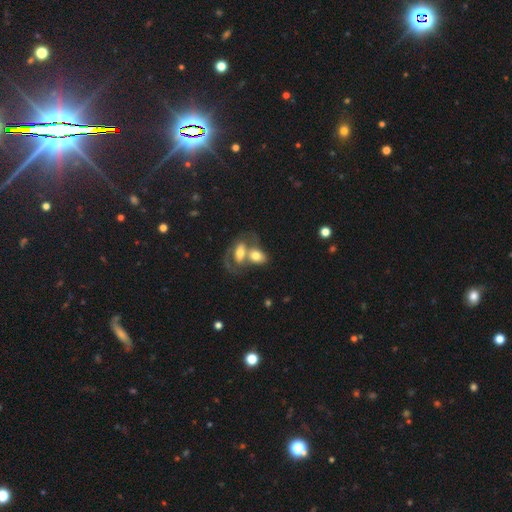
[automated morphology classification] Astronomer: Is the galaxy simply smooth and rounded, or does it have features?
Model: smooth — 58% (runner-up: featured or disk, 35%).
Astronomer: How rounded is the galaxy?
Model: in between — 79%.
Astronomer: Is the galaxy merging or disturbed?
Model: merger — 71%.